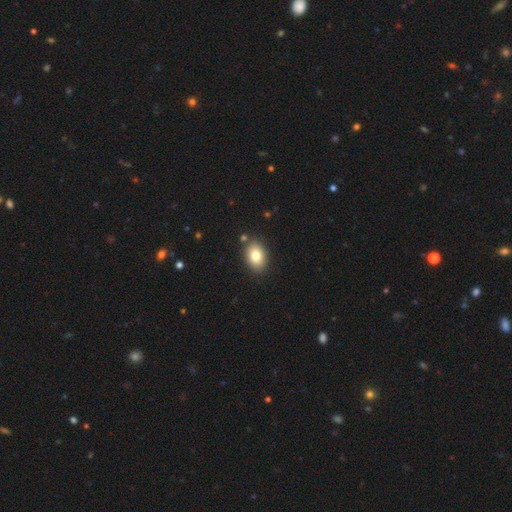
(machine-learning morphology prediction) The model was most divided on "how rounded": in between: 83%, round: 16%, cigar-shaped: 1%. More confident: merging — none (85%); smooth or featured — smooth (81%).